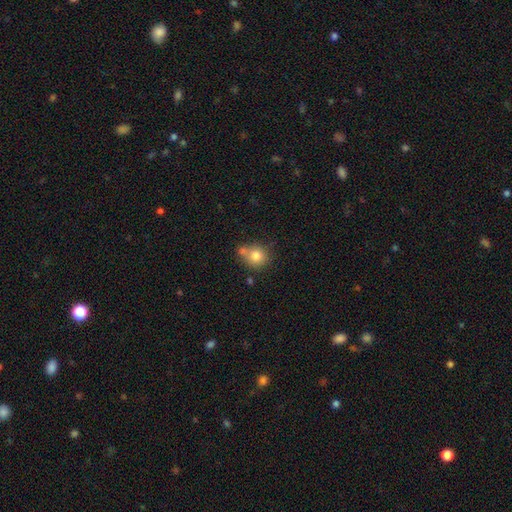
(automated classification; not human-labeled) Smooth or featured?
  - smooth: 78% *
  - featured or disk: 11%
  - star or artifact: 10%
How rounded?
  - round: 84% *
  - in between: 15%
  - cigar-shaped: 1%
Merging?
  - none: 53% *
  - merger: 28%
  - minor disturbance: 14%
  - major disturbance: 4%